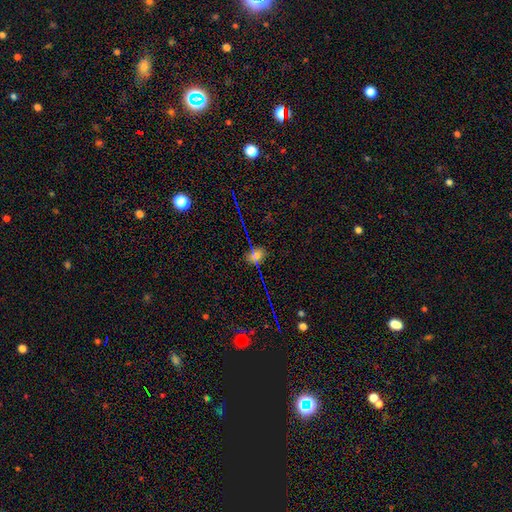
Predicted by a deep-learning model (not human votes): Morphology: type=smooth (54%); roundness=in between (72%); merging=none (74%).